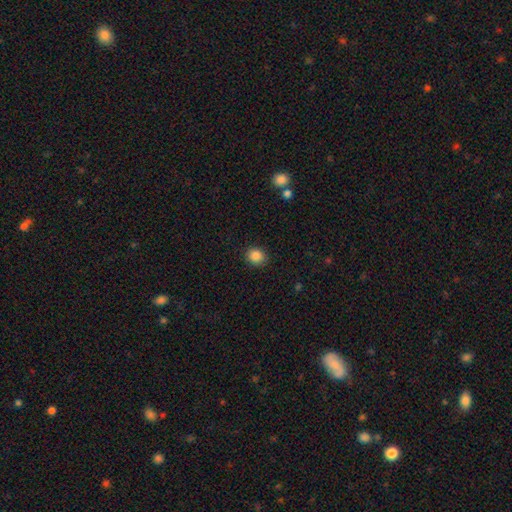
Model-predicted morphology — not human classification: This appears to be a smooth galaxy with no disk features (87%) that is round (76%). Merging: none (89%).